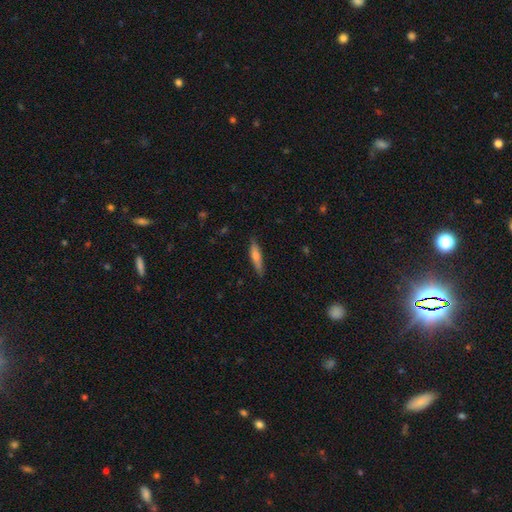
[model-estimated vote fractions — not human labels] This appears to be a smooth galaxy with no disk features (59%) that is cigar-shaped (81%). Merging: none (83%).